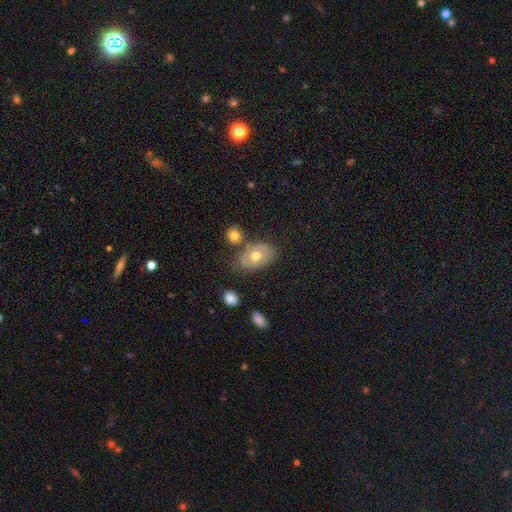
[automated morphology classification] smooth_or_featured: smooth (p=0.57) [alt: featured or disk p=0.35]
how_rounded: in between (p=0.82) [alt: round p=0.17]
merging: none (p=0.55) [alt: minor disturbance p=0.24]